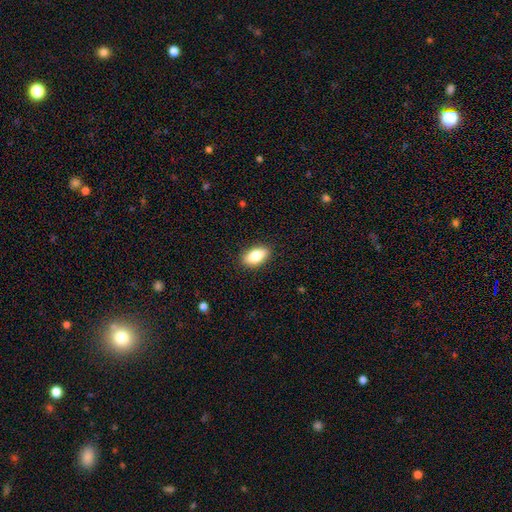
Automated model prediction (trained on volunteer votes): A smooth galaxy with no disk features (81%) that is in between round and cigar-shaped (89%).

Vote fractions:
- Smooth or featured? smooth: 81% / featured or disk: 12% / star or artifact: 7%
- How rounded? in between: 89% / cigar-shaped: 6% / round: 5%
- Merging? none: 89% / minor disturbance: 8% / major disturbance: 2% / merger: 1%